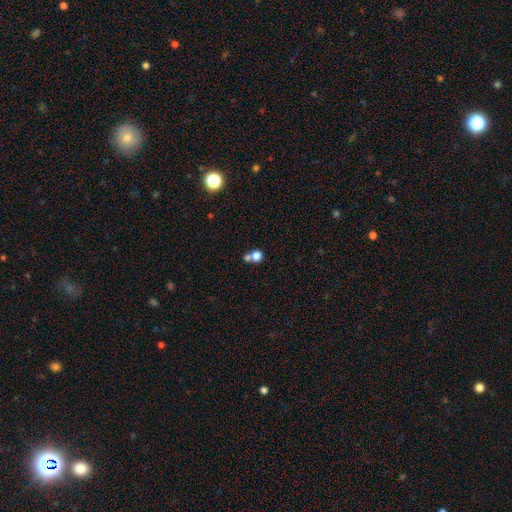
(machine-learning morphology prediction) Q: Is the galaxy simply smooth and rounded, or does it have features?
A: smooth — 76%.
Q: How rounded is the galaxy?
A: round — 80%.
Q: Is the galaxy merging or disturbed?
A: merger — 50%.